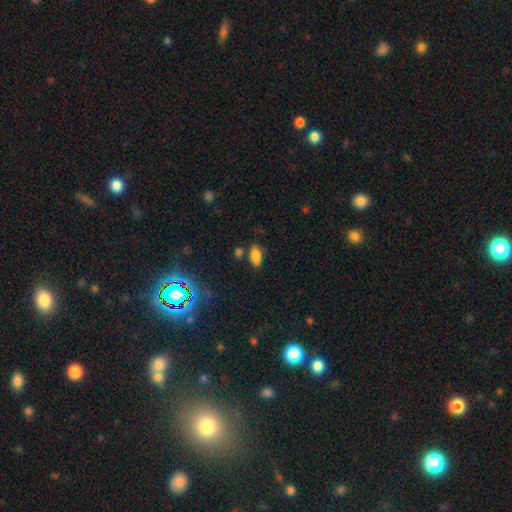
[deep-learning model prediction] Morphology: type=smooth (81%); roundness=in between (89%); merging=none (71%).